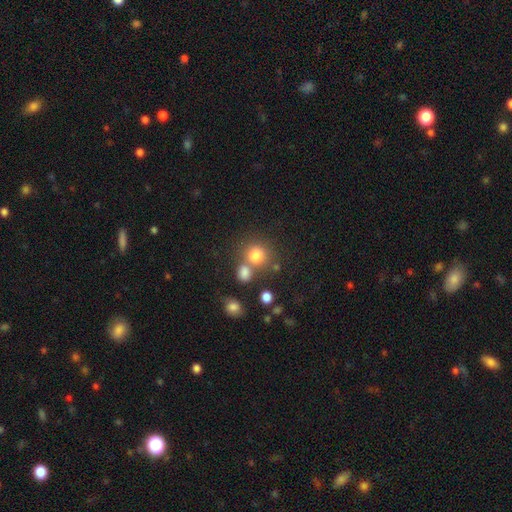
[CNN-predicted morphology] smooth-or-featured: smooth: 78% | star or artifact: 14% | featured or disk: 9%
  how-rounded: round: 83% | in between: 16% | cigar-shaped: 1%
  merging: none: 57% | merger: 29% | minor disturbance: 10% | major disturbance: 5%